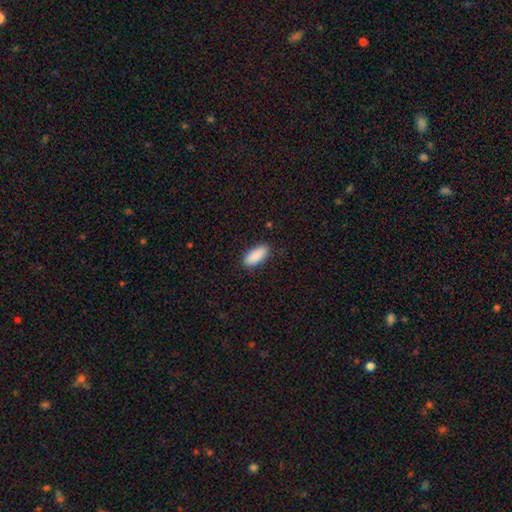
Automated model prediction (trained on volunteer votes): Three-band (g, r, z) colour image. It shows a smooth galaxy with no disk features (90%) that is in between round and cigar-shaped (82%). Merging: none (88%).